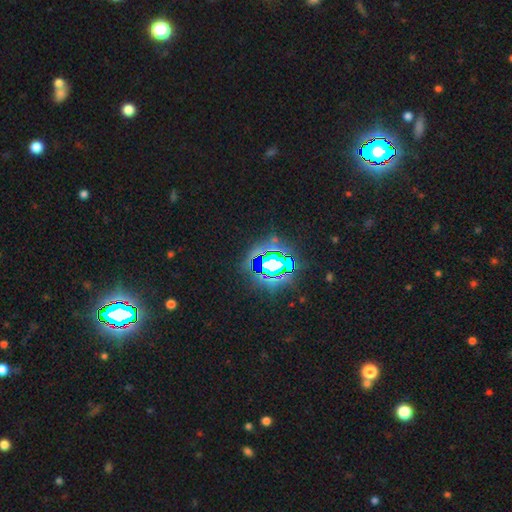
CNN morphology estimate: smooth-or-featured: star or artifact: 83% | smooth: 10% | featured or disk: 7%